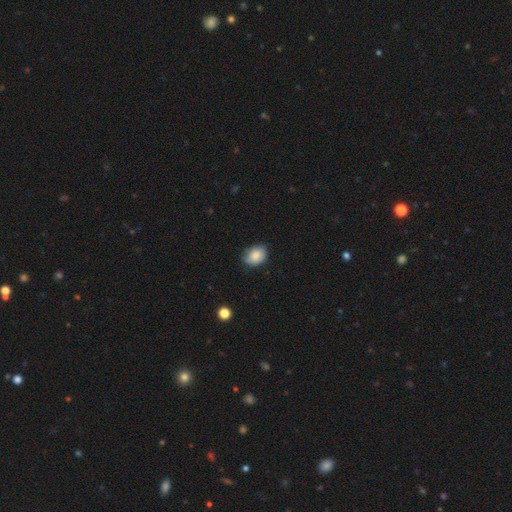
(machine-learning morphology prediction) Smooth or featured?
  - smooth: 83% *
  - featured or disk: 9%
  - star or artifact: 8%
How rounded?
  - in between: 64% *
  - round: 35%
  - cigar-shaped: 1%
Merging?
  - none: 68% *
  - minor disturbance: 27%
  - major disturbance: 4%
  - merger: 1%